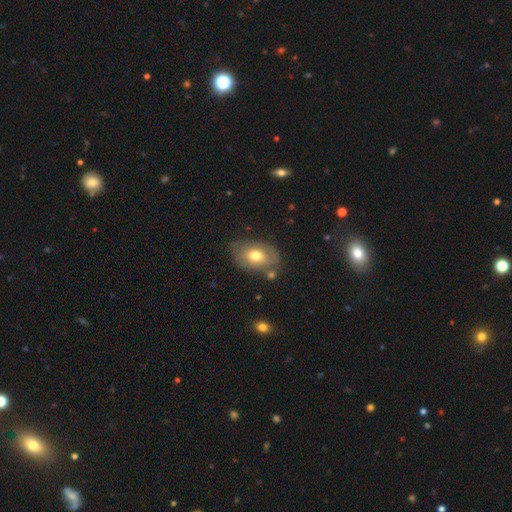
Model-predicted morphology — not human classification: This appears to be a smooth galaxy with no disk features (66%) that is in between round and cigar-shaped (83%). Merging: none (68%).